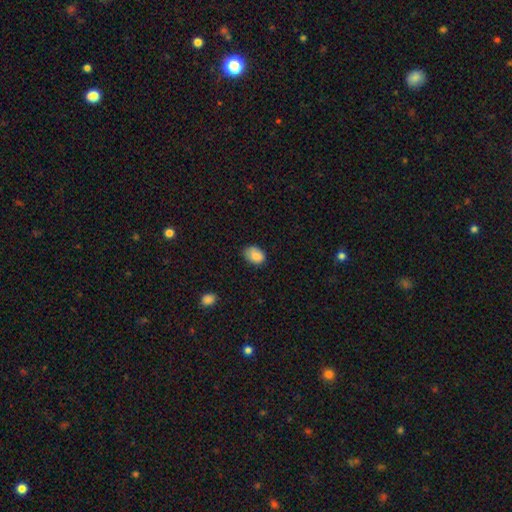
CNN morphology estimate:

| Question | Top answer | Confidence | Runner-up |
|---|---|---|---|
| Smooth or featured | smooth | 85% | star or artifact (8%) |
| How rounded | in between | 76% | round (23%) |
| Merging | none | 69% | minor disturbance (25%) |